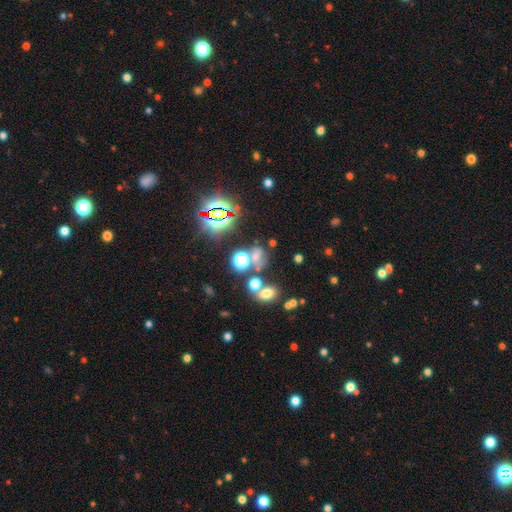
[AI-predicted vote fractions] smooth_or_featured: star or artifact (p=0.46) [alt: smooth p=0.42]